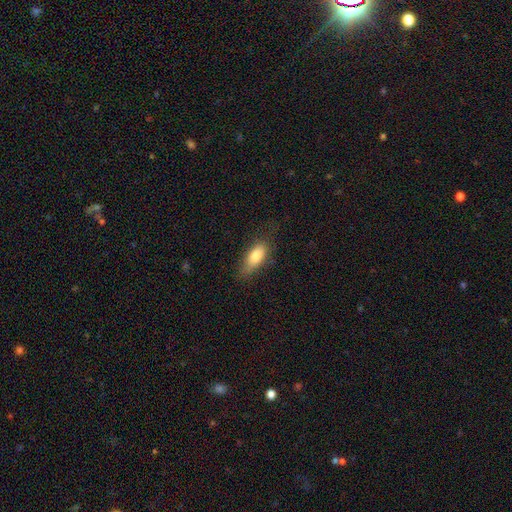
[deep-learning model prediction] smooth 80%, featured or disk 13%, star or artifact 7%. Down the decision tree: how rounded — in between (80%); merging — none (66%).